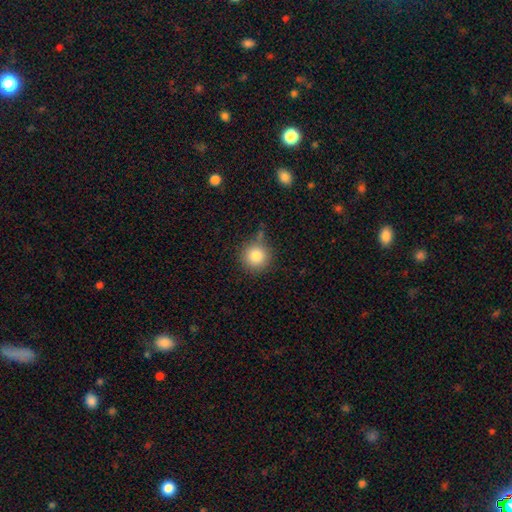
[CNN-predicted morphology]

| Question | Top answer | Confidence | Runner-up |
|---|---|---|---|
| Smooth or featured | smooth | 82% | star or artifact (11%) |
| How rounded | round | 94% | in between (5%) |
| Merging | none | 73% | minor disturbance (17%) |